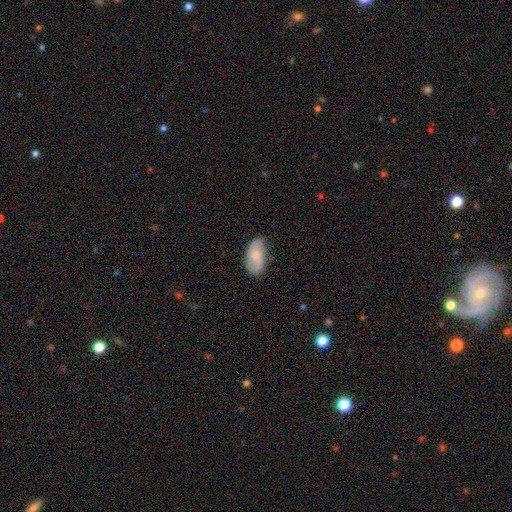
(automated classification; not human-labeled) A smooth galaxy with no disk features (58%) that is in between round and cigar-shaped (94%).

Vote fractions:
- Smooth or featured? smooth: 58% / featured or disk: 36% / star or artifact: 7%
- How rounded? in between: 94% / round: 3% / cigar-shaped: 3%
- Merging? none: 67% / minor disturbance: 26% / major disturbance: 6% / merger: 2%